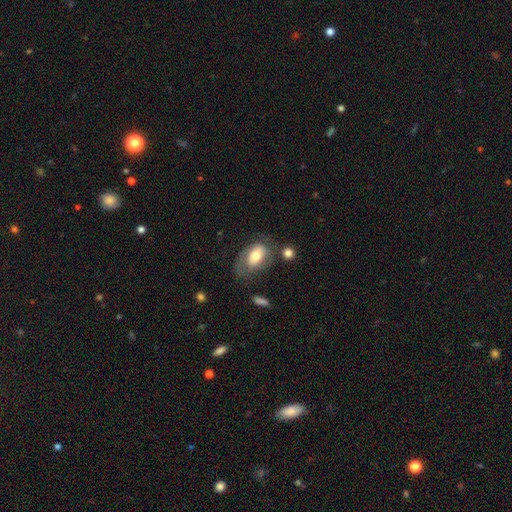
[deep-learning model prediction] smooth_or_featured: smooth (p=0.57) [alt: featured or disk p=0.36]
how_rounded: in between (p=0.87) [alt: round p=0.11]
merging: none (p=0.48) [alt: minor disturbance p=0.26]